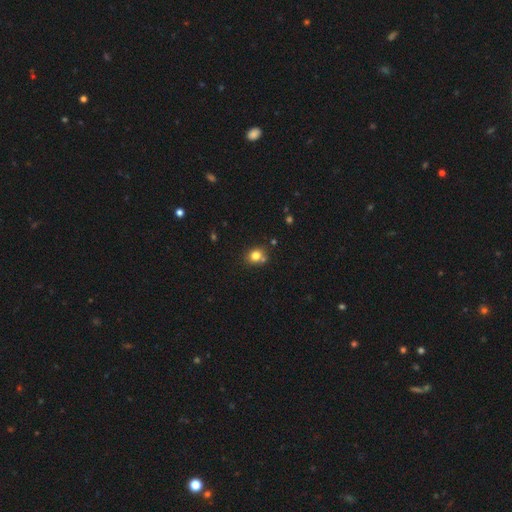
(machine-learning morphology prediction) A smooth galaxy with no disk features (80%) that is round (68%). Merging: none (71%).